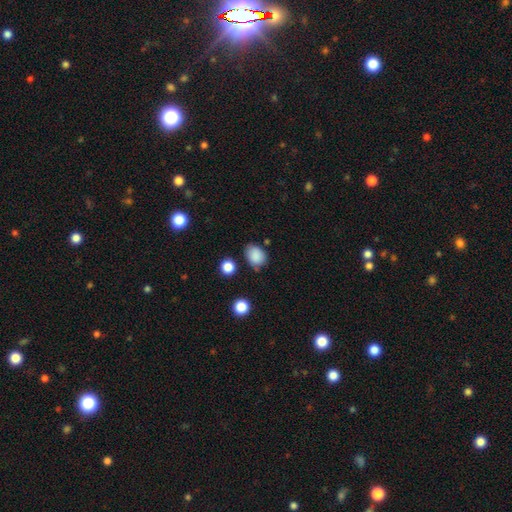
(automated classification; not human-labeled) Smooth or featured? Predicted: smooth (p=0.87). How rounded? Predicted: in between (p=0.64). Merging? Predicted: none (p=0.70).